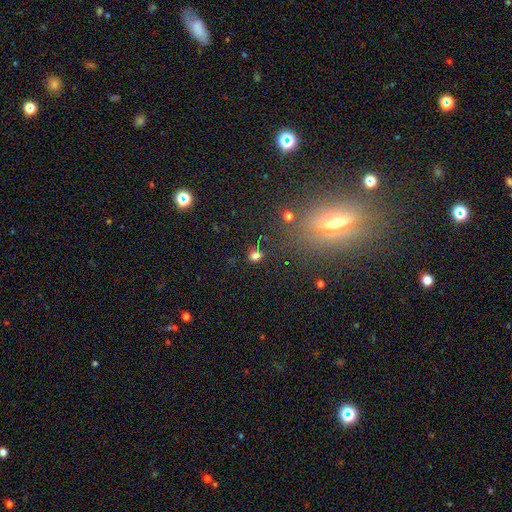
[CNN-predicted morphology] smooth 74%, star or artifact 20%, featured or disk 7%. Down the decision tree: how rounded — round (66%); merging — none (72%).